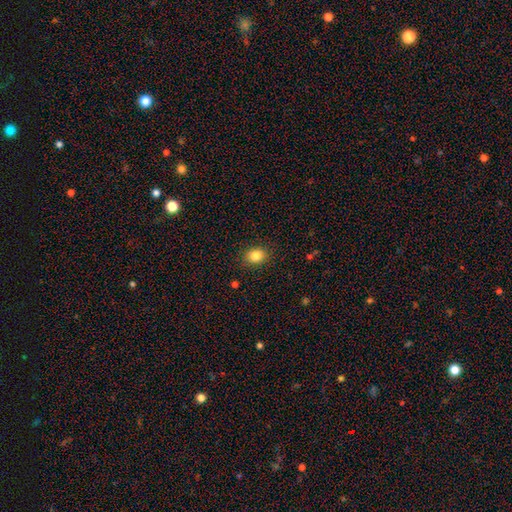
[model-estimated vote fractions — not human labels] The model was most divided on "how rounded": in between: 52%, round: 47%, cigar-shaped: 1%. More confident: merging — none (88%); smooth or featured — smooth (84%).